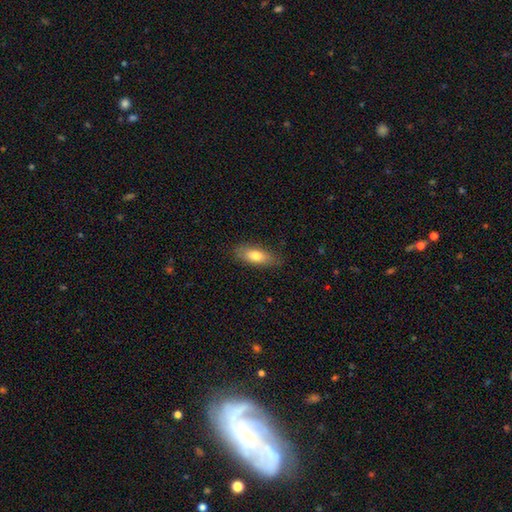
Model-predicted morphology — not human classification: This is likely a smooth galaxy (75%). How rounded: likely in between (71%). Merging: clearly none (80%).